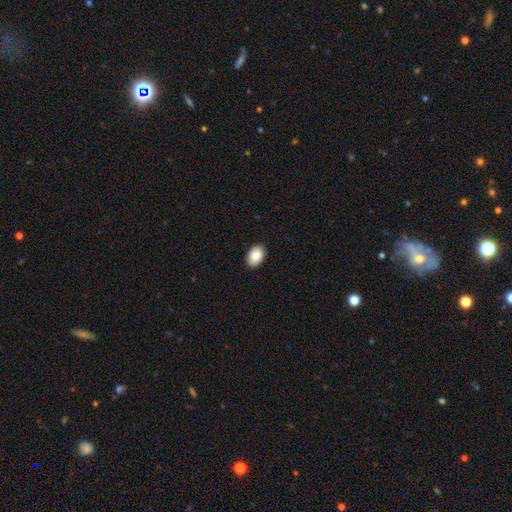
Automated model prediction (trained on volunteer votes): Morphology: type=smooth (87%); roundness=in between (86%); merging=none (90%).